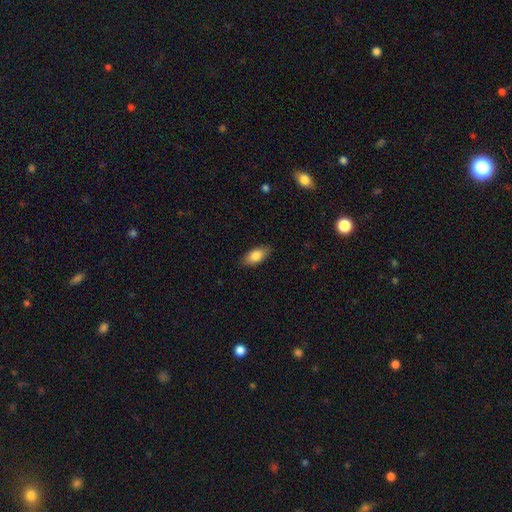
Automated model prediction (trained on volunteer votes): smooth 82%, featured or disk 11%, star or artifact 7%. Down the decision tree: how rounded — in between (89%); merging — none (86%).